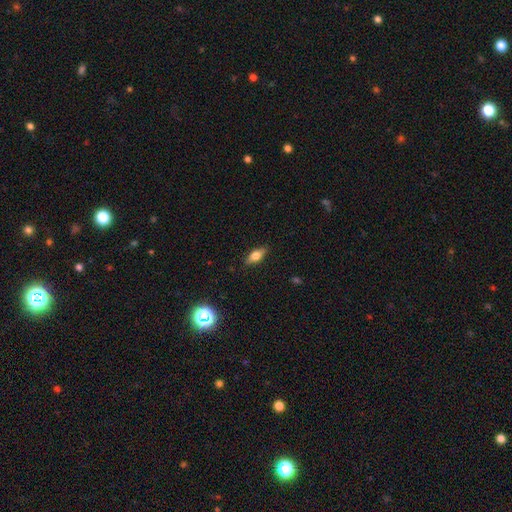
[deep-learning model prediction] Q: Smooth or featured?
A: smooth (63%); runner-up: featured or disk (28%)
Q: How rounded?
A: in between (72%); runner-up: cigar-shaped (24%)
Q: Merging?
A: none (86%); runner-up: minor disturbance (10%)